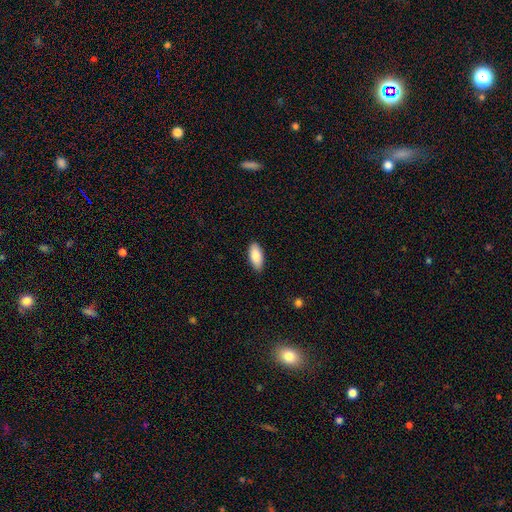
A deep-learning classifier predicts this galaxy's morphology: type=smooth (87%); roundness=in between (88%); merging=none (89%).